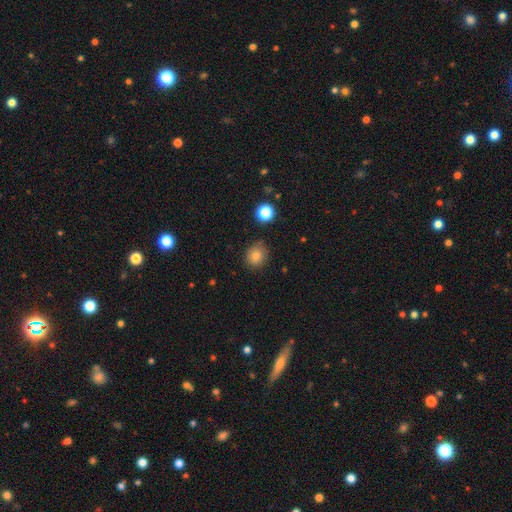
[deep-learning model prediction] smooth_or_featured: smooth (p=0.82) [alt: star or artifact p=0.12]
how_rounded: round (p=0.80) [alt: in between p=0.19]
merging: none (p=0.84) [alt: minor disturbance p=0.11]